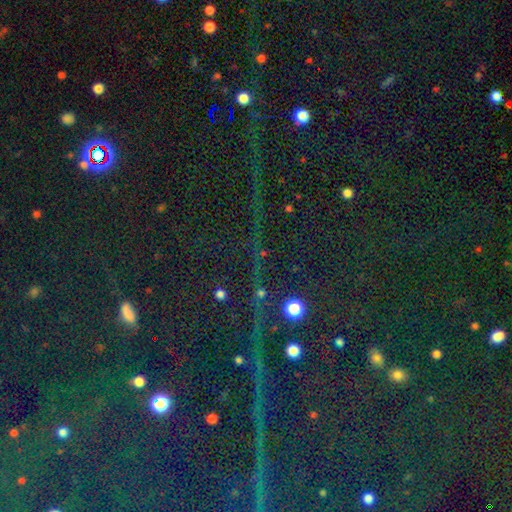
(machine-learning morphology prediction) star or artifact 81%, smooth 10%, featured or disk 8%.